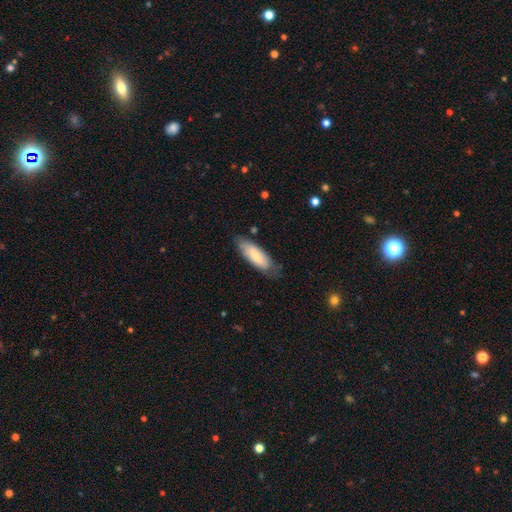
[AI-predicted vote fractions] smooth 75%, featured or disk 20%, star or artifact 6%. Down the decision tree: how rounded — in between (67%); merging — none (70%).